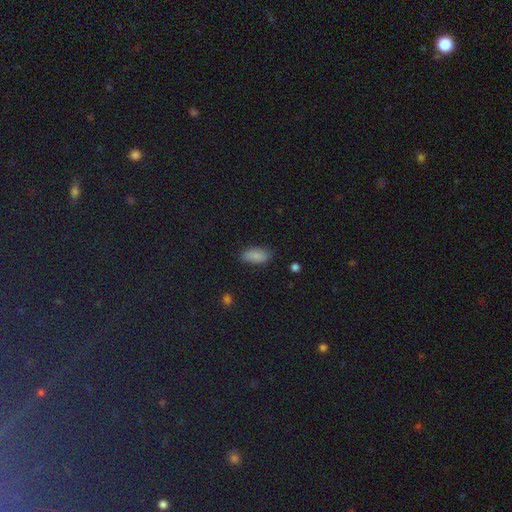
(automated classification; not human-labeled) Smooth or featured?
  - smooth: 84% *
  - star or artifact: 9%
  - featured or disk: 7%
How rounded?
  - in between: 89% *
  - cigar-shaped: 8%
  - round: 3%
Merging?
  - none: 82% *
  - minor disturbance: 14%
  - major disturbance: 3%
  - merger: 1%